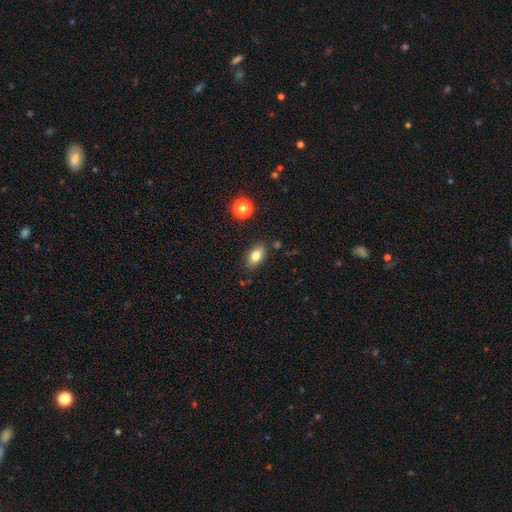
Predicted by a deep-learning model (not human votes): This appears to be a smooth galaxy with no disk features (79%) that is in between round and cigar-shaped (87%). Merging: none (84%).